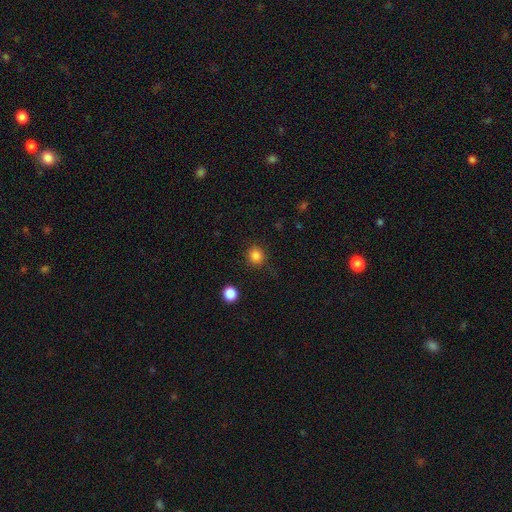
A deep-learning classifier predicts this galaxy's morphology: This is clearly a smooth galaxy (84%). How rounded: clearly round (89%). Merging: clearly none (88%).